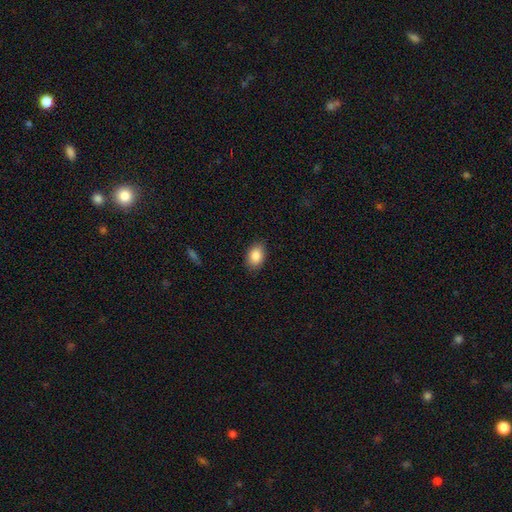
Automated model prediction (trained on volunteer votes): Smooth or featured? smooth (88%)
How rounded? in between (83%)
Merging? none (86%)